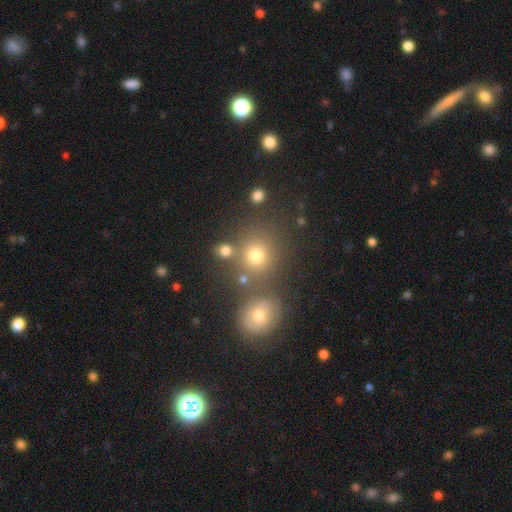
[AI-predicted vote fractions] smooth 71%, star or artifact 20%, featured or disk 9%. Down the decision tree: how rounded — round (84%); merging — none (69%).